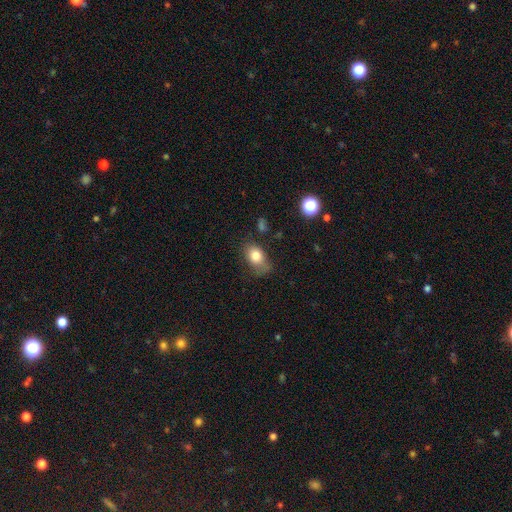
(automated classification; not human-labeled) Smooth or featured? Predicted: smooth (p=0.79). How rounded? Predicted: in between (p=0.76). Merging? Predicted: none (p=0.55).